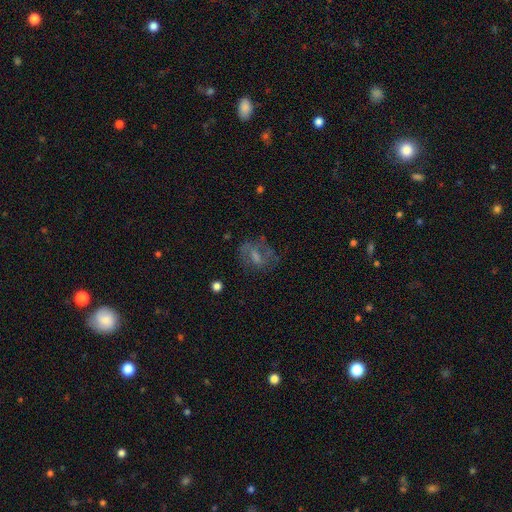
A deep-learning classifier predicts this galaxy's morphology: A featured or disk galaxy (49%). Merging: none (53%).